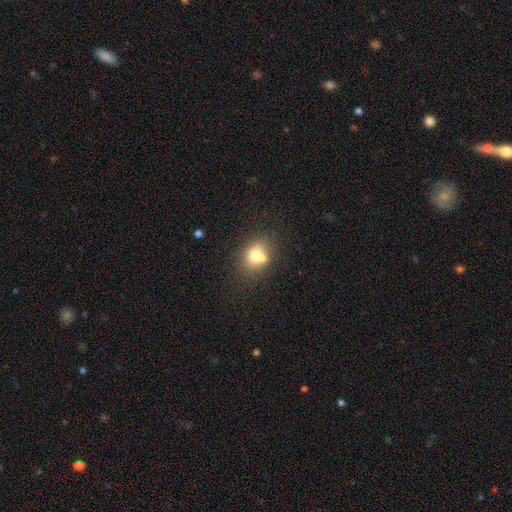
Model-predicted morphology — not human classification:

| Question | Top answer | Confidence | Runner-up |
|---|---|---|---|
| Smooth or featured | smooth | 70% | featured or disk (18%) |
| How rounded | round | 55% | in between (44%) |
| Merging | none | 53% | merger (29%) |